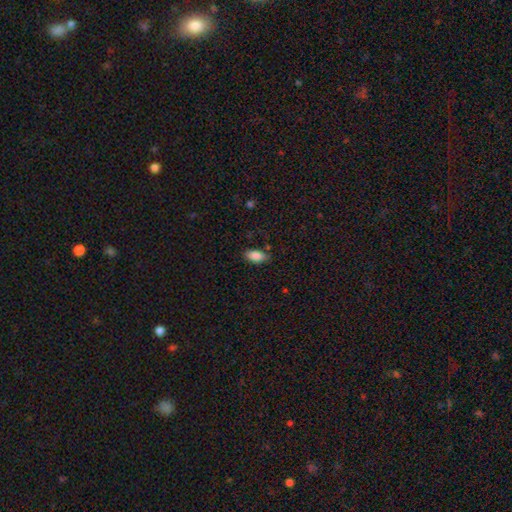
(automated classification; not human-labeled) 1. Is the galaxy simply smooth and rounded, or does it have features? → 86% smooth, 8% star or artifact, 6% featured or disk.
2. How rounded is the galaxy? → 91% in between, 6% cigar-shaped, 3% round.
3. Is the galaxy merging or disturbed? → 79% none, 15% minor disturbance, 3% major disturbance, 2% merger.